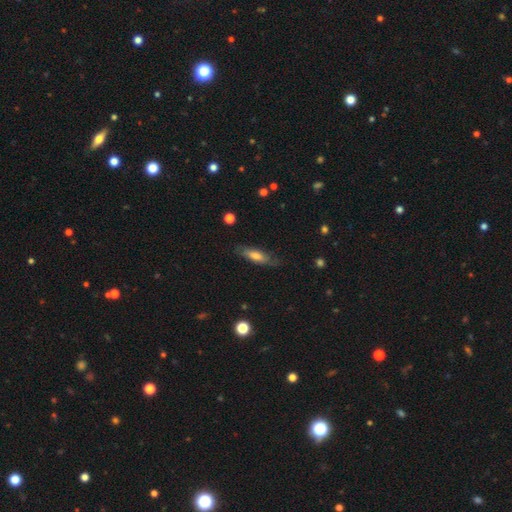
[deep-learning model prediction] Overall: smooth (58%; featured or disk 35%). How rounded: cigar-shaped (54%; in between 43%). Merging: none (75%).